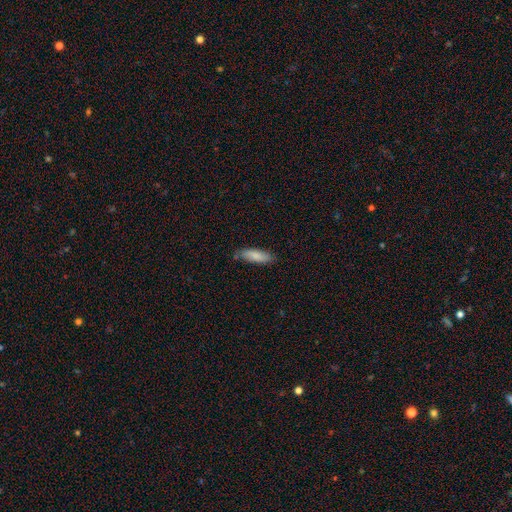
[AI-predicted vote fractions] Smooth or featured? Predicted: smooth (p=0.83). How rounded? Predicted: in between (p=0.51). Merging? Predicted: none (p=0.78).